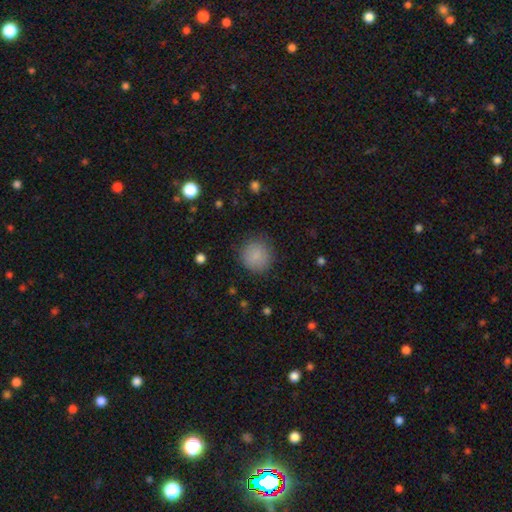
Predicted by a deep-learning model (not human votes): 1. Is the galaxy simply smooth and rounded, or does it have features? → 86% smooth, 9% star or artifact, 5% featured or disk.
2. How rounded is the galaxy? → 91% round, 8% in between, 1% cigar-shaped.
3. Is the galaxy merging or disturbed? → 84% none, 11% minor disturbance, 4% major disturbance, 1% merger.